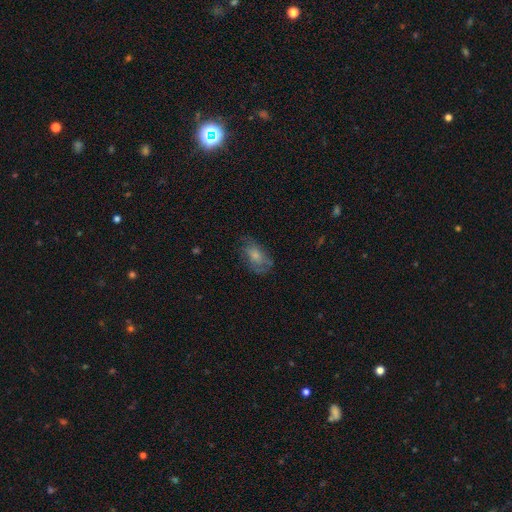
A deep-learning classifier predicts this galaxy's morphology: Q: Smooth or featured?
A: smooth (58%); runner-up: featured or disk (33%)
Q: How rounded?
A: in between (88%); runner-up: round (8%)
Q: Merging?
A: none (59%); runner-up: minor disturbance (26%)